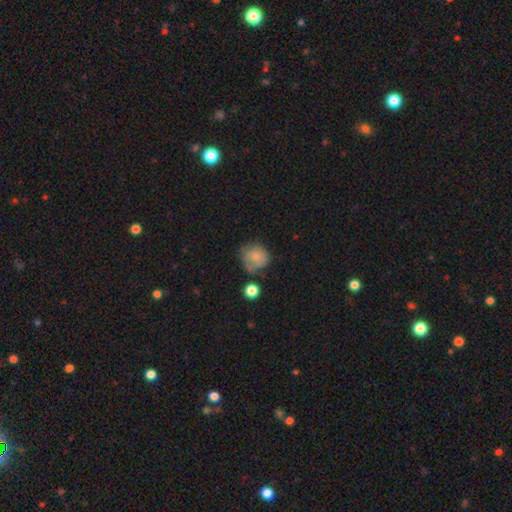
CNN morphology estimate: Smooth or featured: smooth — 73% (featured or disk — 18%)
How rounded: round — 82% (in between — 17%)
Merging: none — 50% (minor disturbance — 29%)